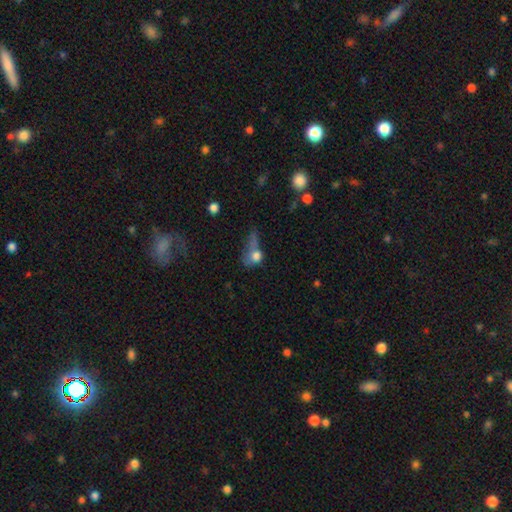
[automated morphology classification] Smooth or featured?
  - smooth: 68% *
  - featured or disk: 19%
  - star or artifact: 13%
How rounded?
  - in between: 49% *
  - round: 46%
  - cigar-shaped: 5%
Merging?
  - major disturbance: 42% *
  - none: 21%
  - merger: 19%
  - minor disturbance: 18%